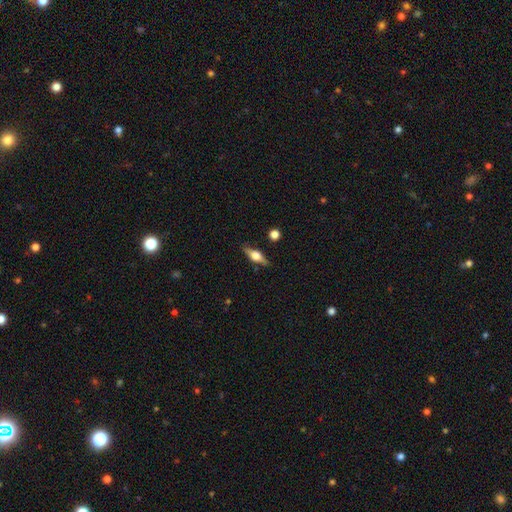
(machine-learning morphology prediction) A featured or disk galaxy (66%) viewed edge-on (94%) with a rounded central bulge (92%).

Vote fractions:
- Smooth or featured? featured or disk: 66% / smooth: 27% / star or artifact: 7%
- Edge-on disk? yes: 94% / no: 6%
- Edge-on bulge? rounded: 92% / boxy: 6% / none: 1%
- Merging? none: 83% / minor disturbance: 12% / major disturbance: 3% / merger: 2%